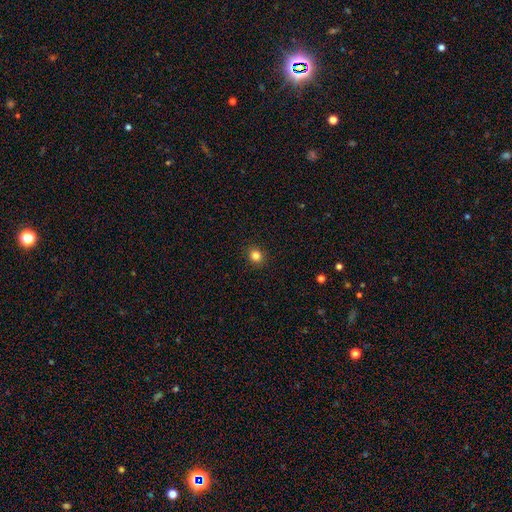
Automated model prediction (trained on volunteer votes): Smooth or featured? Predicted: smooth (p=0.83). How rounded? Predicted: round (p=0.83). Merging? Predicted: none (p=0.91).